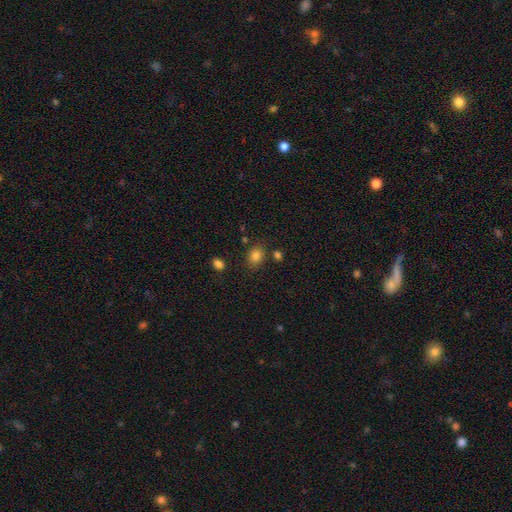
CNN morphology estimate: The model was most divided on "how rounded": in between: 58%, round: 41%, cigar-shaped: 1%. More confident: smooth or featured — smooth (83%); merging — none (77%).